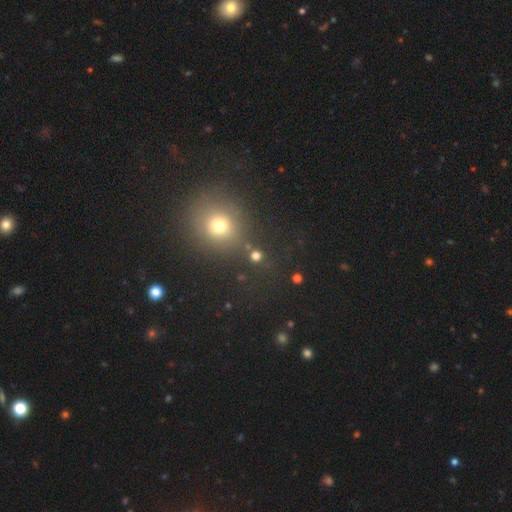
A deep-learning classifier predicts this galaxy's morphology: smooth-or-featured: smooth: 69% | star or artifact: 25% | featured or disk: 6%
  how-rounded: round: 91% | in between: 8% | cigar-shaped: 1%
  merging: none: 82% | merger: 7% | minor disturbance: 7% | major disturbance: 4%